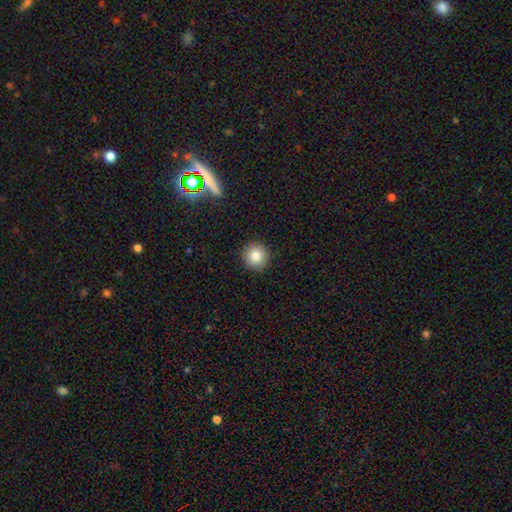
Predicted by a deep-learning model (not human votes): Smooth or featured?
  - smooth: 82% *
  - star or artifact: 10%
  - featured or disk: 7%
How rounded?
  - round: 95% *
  - in between: 4%
  - cigar-shaped: 1%
Merging?
  - none: 92% *
  - minor disturbance: 5%
  - major disturbance: 2%
  - merger: 1%